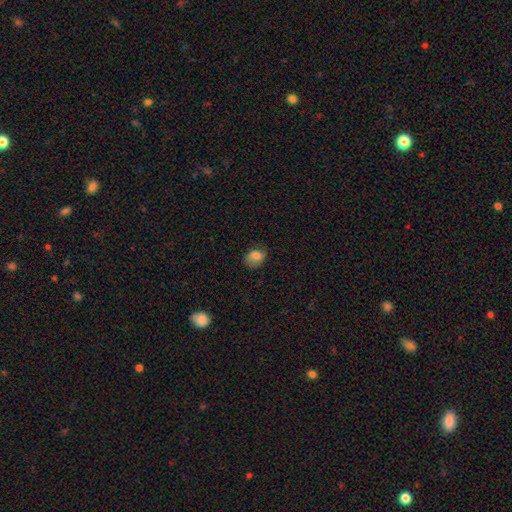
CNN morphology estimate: smooth_or_featured: smooth (p=0.74) [alt: featured or disk p=0.16]
how_rounded: in between (p=0.65) [alt: round p=0.34]
merging: none (p=0.64) [alt: minor disturbance p=0.26]